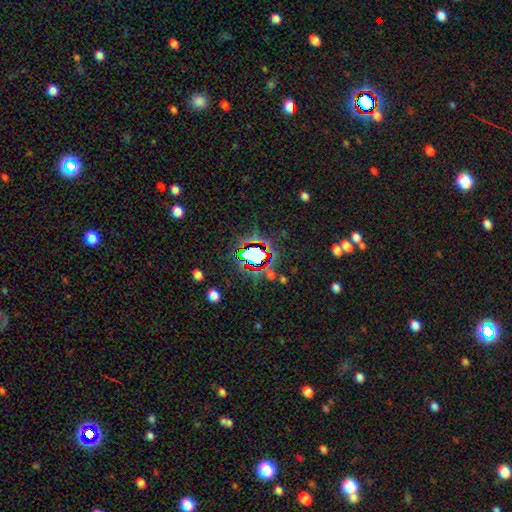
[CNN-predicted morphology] The model was most divided on "smooth or featured": star or artifact: 67%, smooth: 21%, featured or disk: 12%.